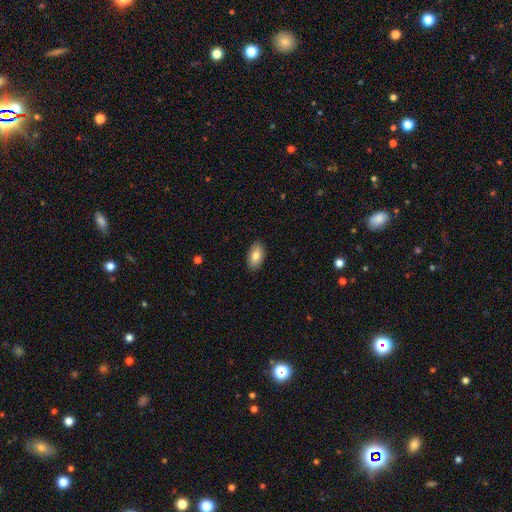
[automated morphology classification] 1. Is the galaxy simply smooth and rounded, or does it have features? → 80% smooth, 13% featured or disk, 7% star or artifact.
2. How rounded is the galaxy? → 94% in between, 4% round, 2% cigar-shaped.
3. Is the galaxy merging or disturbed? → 88% none, 9% minor disturbance, 2% major disturbance, 1% merger.